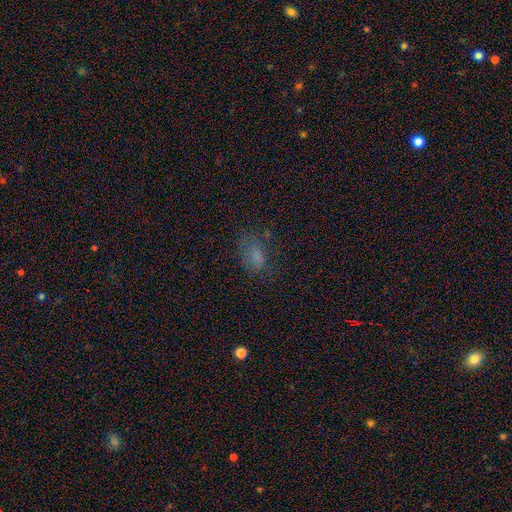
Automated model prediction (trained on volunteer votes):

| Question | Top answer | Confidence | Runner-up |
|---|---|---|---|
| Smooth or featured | smooth | 66% | star or artifact (19%) |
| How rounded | in between | 86% | round (11%) |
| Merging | none | 55% | minor disturbance (24%) |